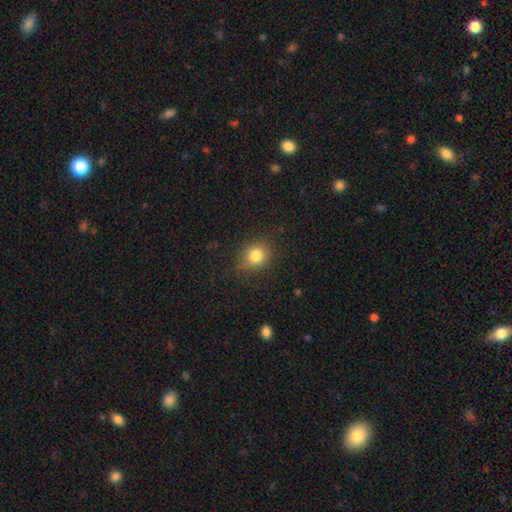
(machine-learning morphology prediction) This is clearly a smooth galaxy (81%). How rounded: likely round (67%). Merging: clearly none (80%).